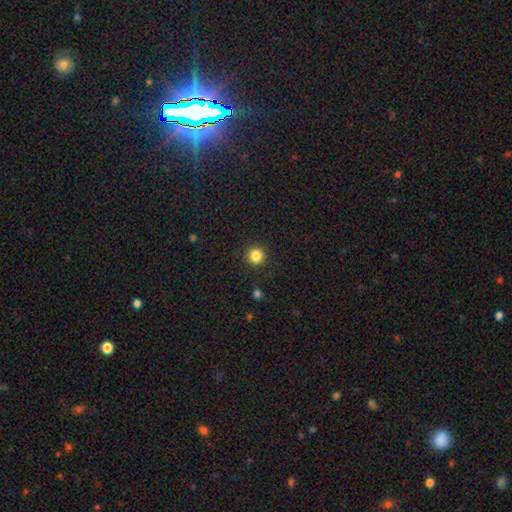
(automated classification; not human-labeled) smooth 84%, star or artifact 11%, featured or disk 4%. Down the decision tree: how rounded — round (96%); merging — none (92%).